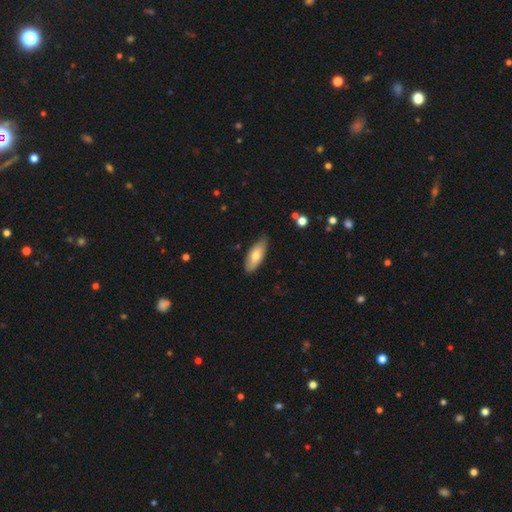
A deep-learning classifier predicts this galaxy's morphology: Q: Smooth or featured?
A: smooth (69%); runner-up: featured or disk (25%)
Q: How rounded?
A: in between (76%); runner-up: cigar-shaped (21%)
Q: Merging?
A: none (80%); runner-up: minor disturbance (16%)